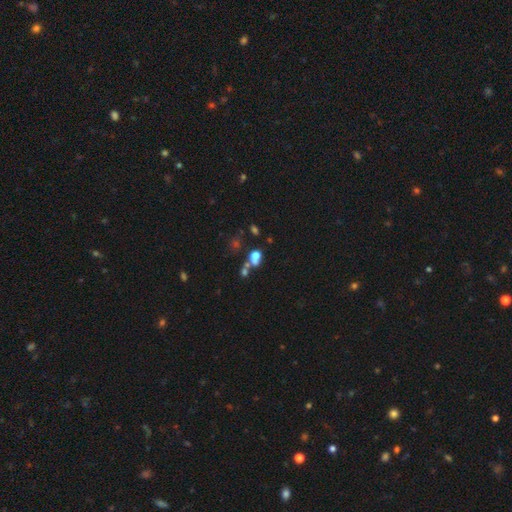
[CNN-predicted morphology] Smooth or featured: smooth — 63% (star or artifact — 20%)
How rounded: round — 58% (in between — 40%)
Merging: merger — 45% (none — 36%)